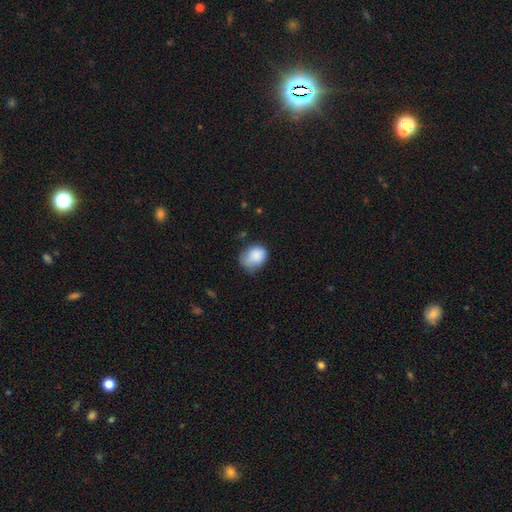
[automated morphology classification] smooth-or-featured: smooth: 85% | star or artifact: 8% | featured or disk: 7%
  how-rounded: in between: 53% | round: 46% | cigar-shaped: 1%
  merging: none: 46% | minor disturbance: 40% | major disturbance: 11% | merger: 3%